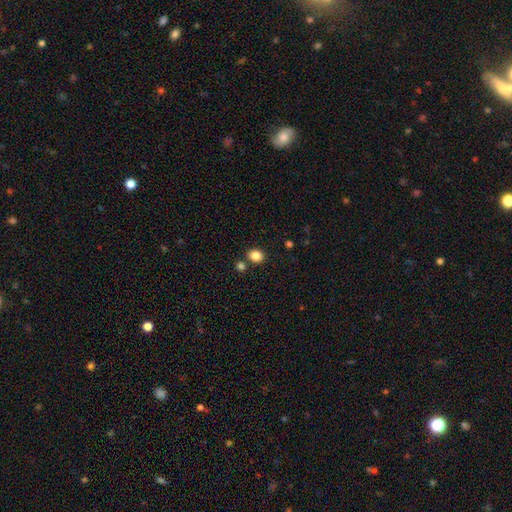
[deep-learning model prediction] A smooth galaxy with no disk features (85%) that is round (56%). Merging: none (79%).